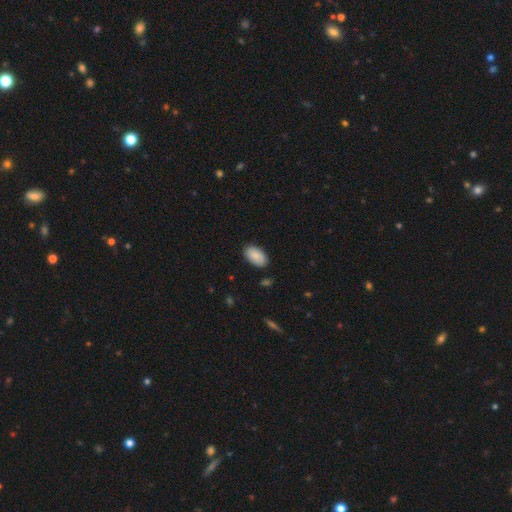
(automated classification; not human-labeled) Smooth or featured?
  - smooth: 88% *
  - star or artifact: 6%
  - featured or disk: 5%
How rounded?
  - in between: 95% *
  - round: 3%
  - cigar-shaped: 2%
Merging?
  - none: 86% *
  - minor disturbance: 11%
  - major disturbance: 2%
  - merger: 1%